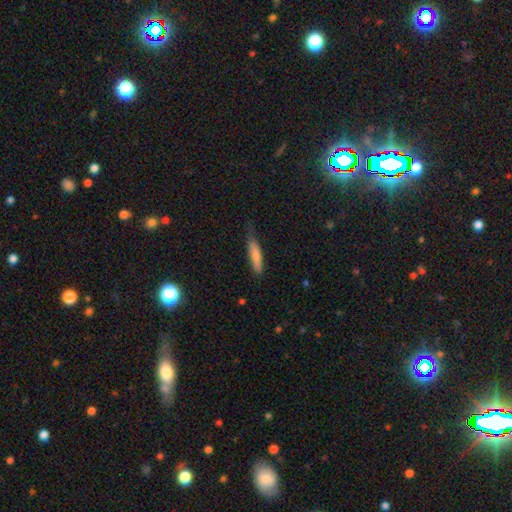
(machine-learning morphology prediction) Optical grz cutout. It shows a smooth galaxy with no disk features (79%) that is cigar-shaped (78%). Merging: none (56%).